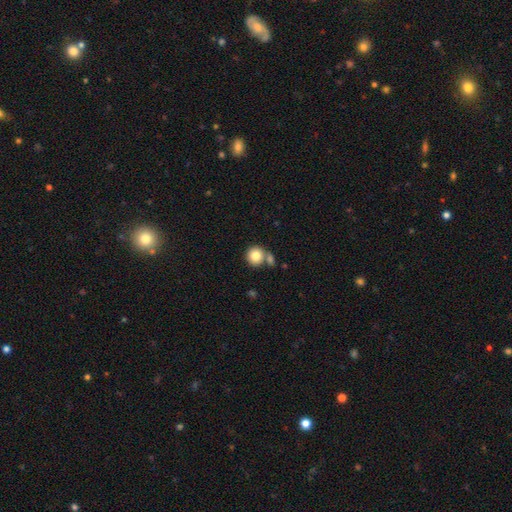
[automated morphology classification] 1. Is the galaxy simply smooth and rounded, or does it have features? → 81% smooth, 10% featured or disk, 9% star or artifact.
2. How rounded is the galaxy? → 90% round, 9% in between, 1% cigar-shaped.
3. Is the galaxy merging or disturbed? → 61% none, 26% merger, 10% minor disturbance, 3% major disturbance.